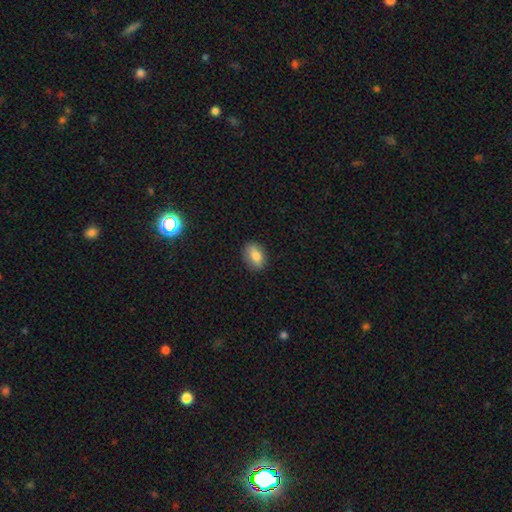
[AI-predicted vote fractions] This appears to be a smooth galaxy with no disk features (78%) that is in between round and cigar-shaped (75%). Merging: none (85%).